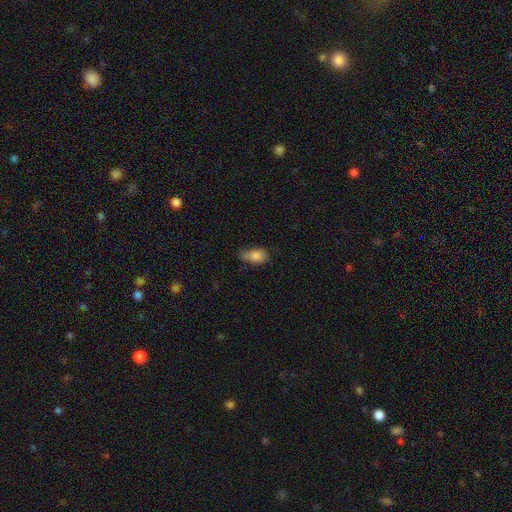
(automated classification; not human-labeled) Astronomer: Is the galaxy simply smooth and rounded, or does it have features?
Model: smooth — 81%.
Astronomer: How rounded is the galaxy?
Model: in between — 86%.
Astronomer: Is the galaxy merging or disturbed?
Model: none — 42% (runner-up: minor disturbance, 40%).